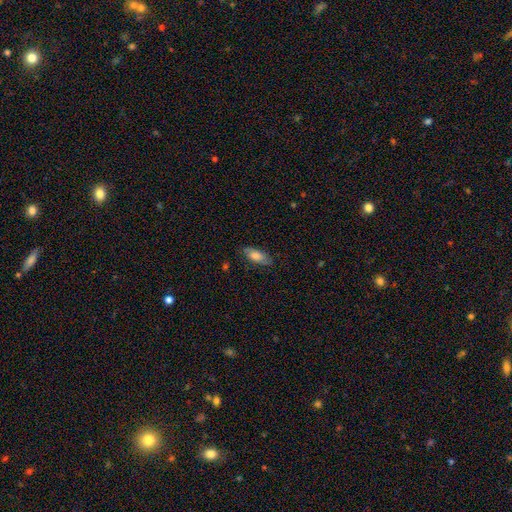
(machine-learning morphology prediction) Q: Smooth or featured?
A: smooth (76%); runner-up: featured or disk (17%)
Q: How rounded?
A: in between (80%); runner-up: cigar-shaped (18%)
Q: Merging?
A: none (77%); runner-up: minor disturbance (17%)